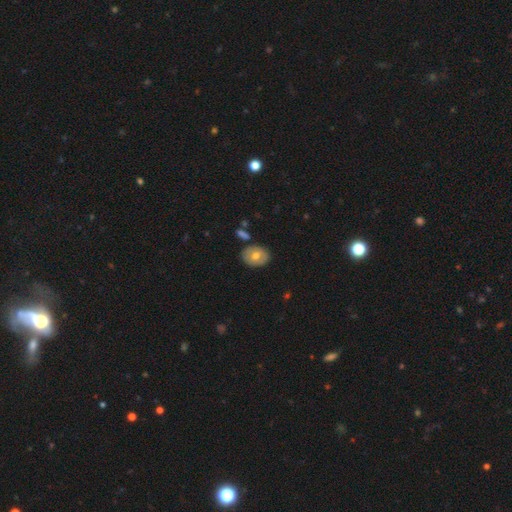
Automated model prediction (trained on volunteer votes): smooth_or_featured: smooth (p=0.64) [alt: featured or disk p=0.29]
how_rounded: in between (p=0.66) [alt: round p=0.33]
merging: none (p=0.81) [alt: minor disturbance p=0.12]